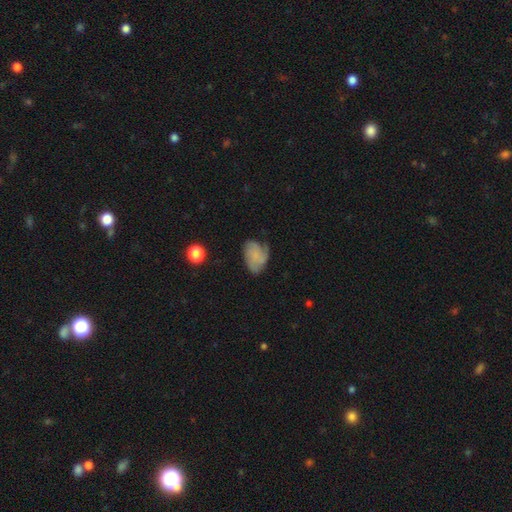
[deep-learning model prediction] smooth_or_featured: featured or disk (p=0.46) [alt: smooth p=0.45]
merging: none (p=0.54) [alt: minor disturbance p=0.30]